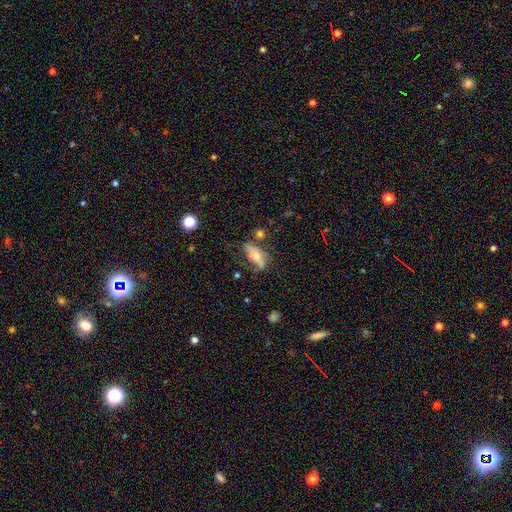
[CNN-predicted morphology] smooth-or-featured: smooth: 48% | featured or disk: 43% | star or artifact: 9%
  merging: none: 45% | minor disturbance: 27% | major disturbance: 16% | merger: 12%